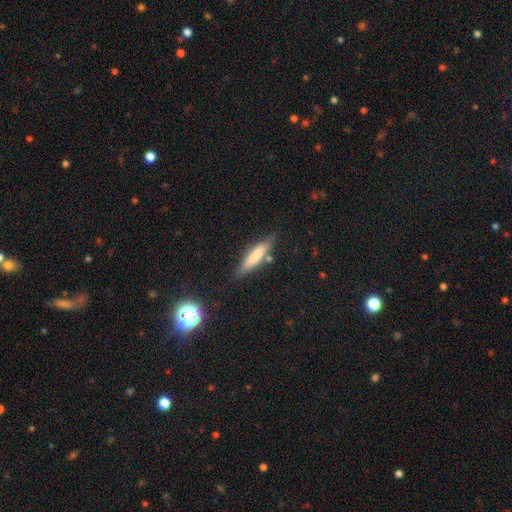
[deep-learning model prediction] smooth_or_featured: smooth (p=0.69) [alt: featured or disk p=0.24]
how_rounded: cigar-shaped (p=0.78) [alt: in between p=0.20]
merging: none (p=0.78) [alt: minor disturbance p=0.15]